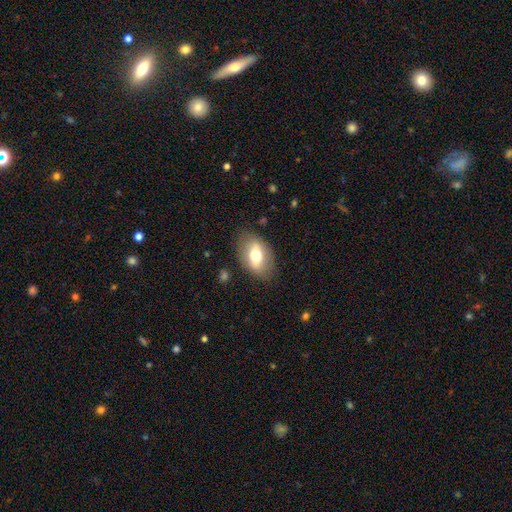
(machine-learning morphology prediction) A smooth galaxy with no disk features (60%) that is in between round and cigar-shaped (87%). Merging: none (80%).